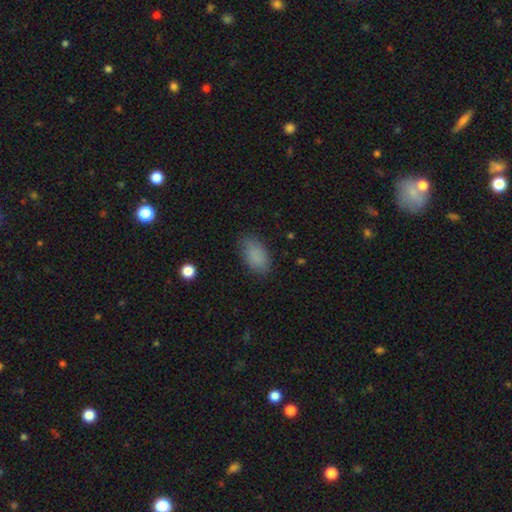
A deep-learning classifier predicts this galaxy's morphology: Smooth or featured? smooth (86%)
How rounded? in between (93%)
Merging? none (81%)